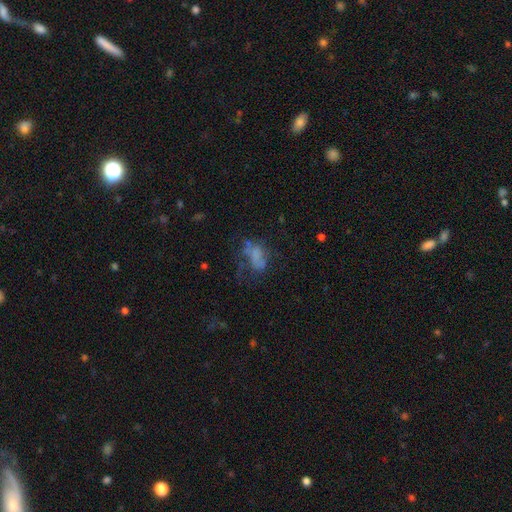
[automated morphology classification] This appears to be a smooth galaxy with no disk features (44%). Merging: major disturbance (42%).